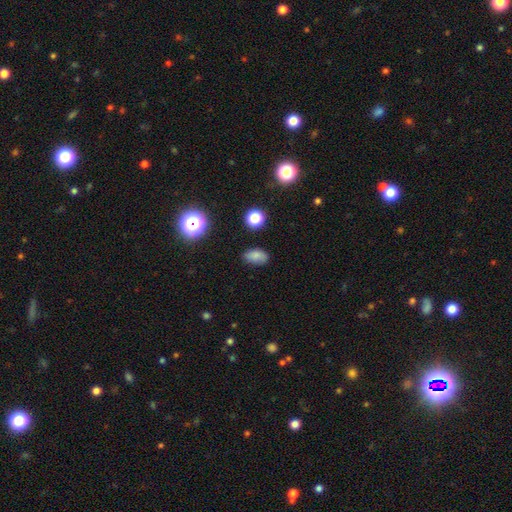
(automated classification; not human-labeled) smooth-or-featured: smooth: 76% | star or artifact: 15% | featured or disk: 9%
  how-rounded: in between: 87% | round: 11% | cigar-shaped: 2%
  merging: none: 79% | minor disturbance: 16% | major disturbance: 4% | merger: 2%